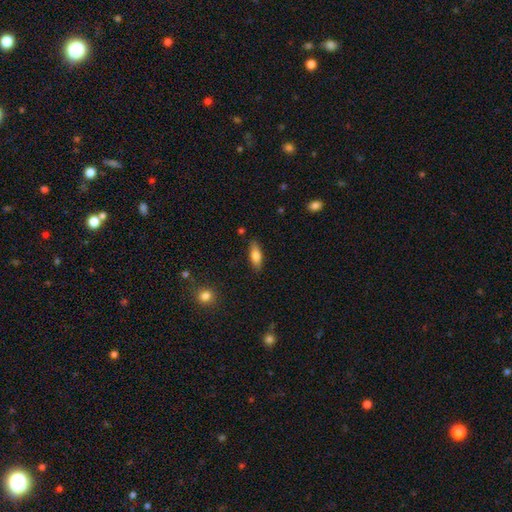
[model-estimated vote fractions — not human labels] The model was most divided on "how rounded": in between: 68%, cigar-shaped: 29%, round: 3%. More confident: merging — none (85%); smooth or featured — smooth (76%).